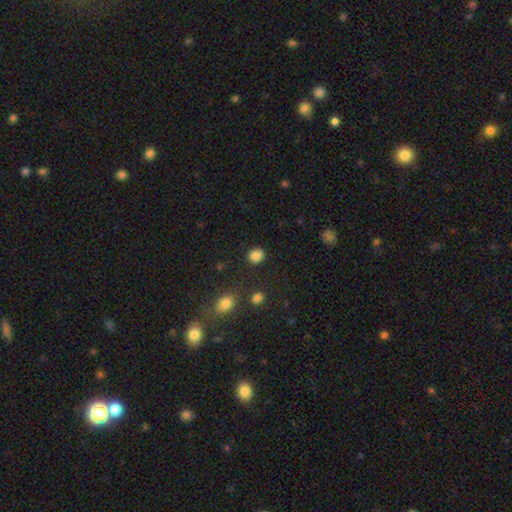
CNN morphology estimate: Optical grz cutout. It shows a smooth galaxy with no disk features (85%) that is round (75%). Merging: none (86%).